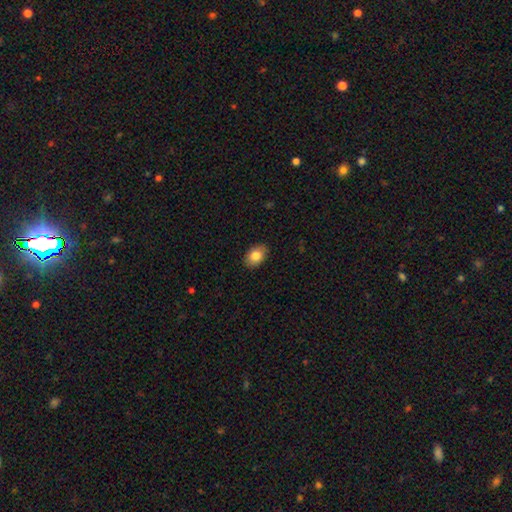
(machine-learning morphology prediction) smooth 83%, featured or disk 10%, star or artifact 8%. Down the decision tree: how rounded — in between (82%); merging — none (88%).